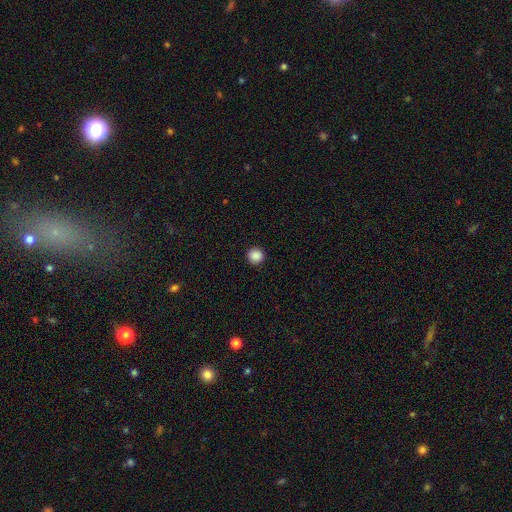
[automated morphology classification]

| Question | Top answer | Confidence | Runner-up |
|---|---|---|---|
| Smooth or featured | smooth | 88% | star or artifact (10%) |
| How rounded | round | 95% | in between (4%) |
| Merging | none | 93% | minor disturbance (5%) |